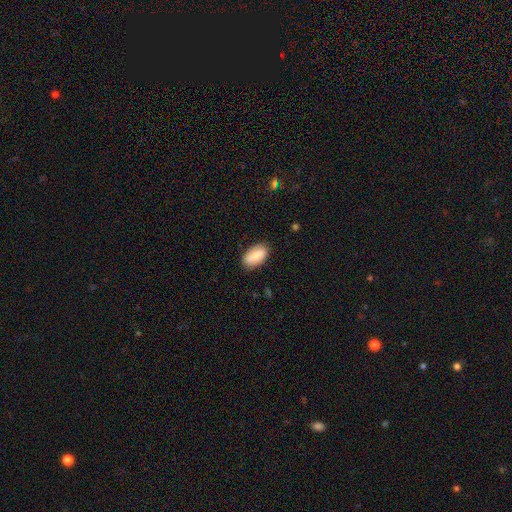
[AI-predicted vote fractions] This is clearly a smooth galaxy (84%). How rounded: clearly in between (93%). Merging: clearly none (83%).